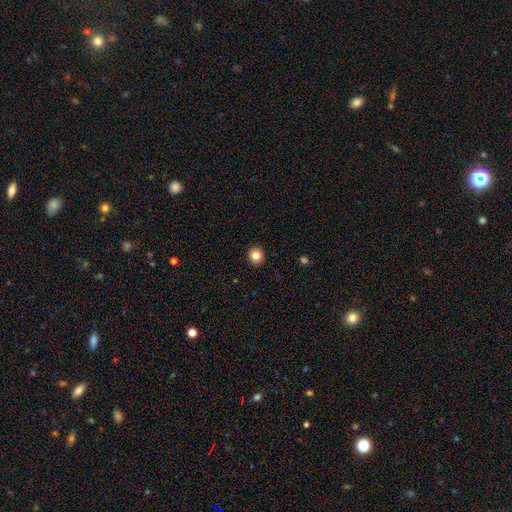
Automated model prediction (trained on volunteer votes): smooth_or_featured: smooth (p=0.83) [alt: star or artifact p=0.11]
how_rounded: round (p=0.82) [alt: in between p=0.17]
merging: none (p=0.92) [alt: minor disturbance p=0.06]